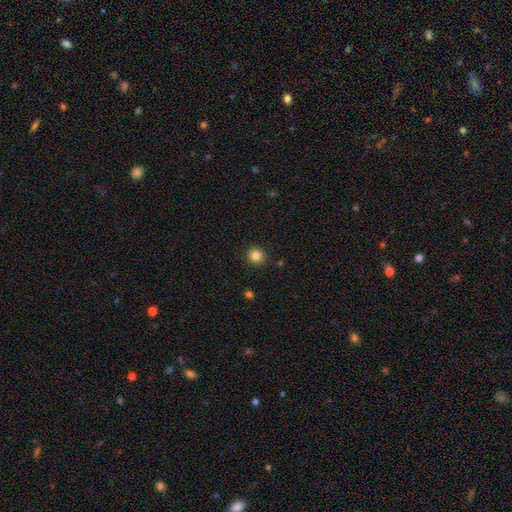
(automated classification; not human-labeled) Morphology: type=smooth (84%); roundness=round (90%); merging=none (92%).